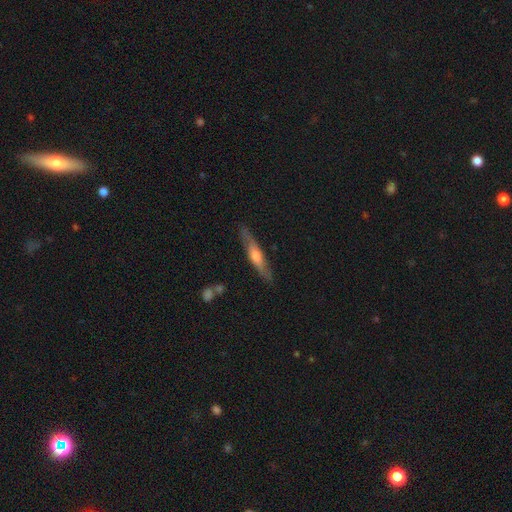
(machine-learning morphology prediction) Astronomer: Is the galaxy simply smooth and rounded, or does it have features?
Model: featured or disk — 61%.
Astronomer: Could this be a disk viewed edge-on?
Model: yes — 85%.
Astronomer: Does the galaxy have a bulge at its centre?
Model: rounded — 74%.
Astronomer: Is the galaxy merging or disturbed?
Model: none — 84%.